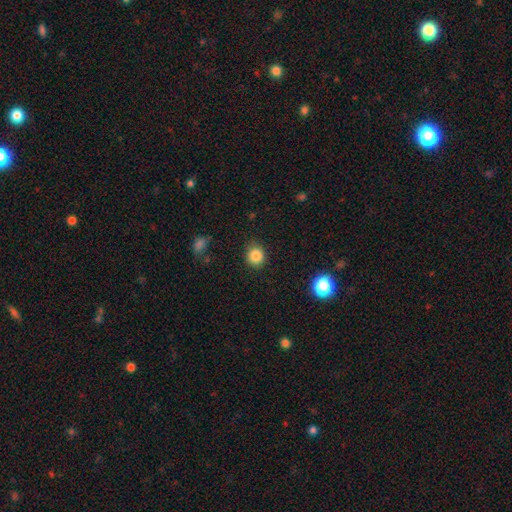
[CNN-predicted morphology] smooth 84%, star or artifact 11%, featured or disk 5%. Down the decision tree: how rounded — round (82%); merging — none (86%).